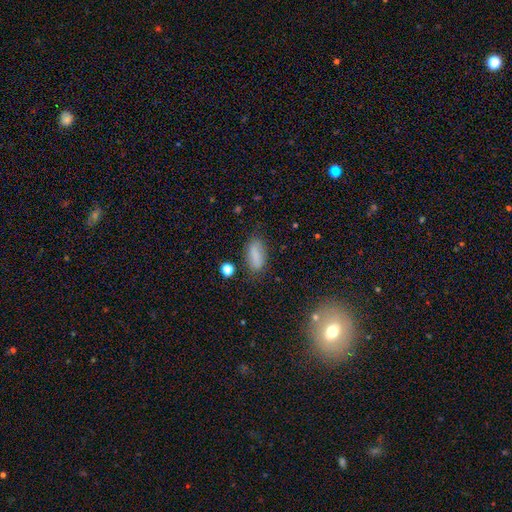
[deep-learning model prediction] smooth 81%, featured or disk 10%, star or artifact 9%. Down the decision tree: how rounded — in between (79%); merging — none (75%).